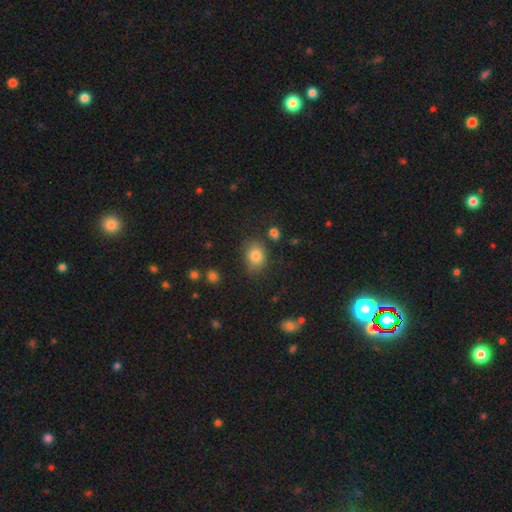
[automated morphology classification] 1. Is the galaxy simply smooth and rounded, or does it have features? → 83% smooth, 10% star or artifact, 8% featured or disk.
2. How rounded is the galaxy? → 64% in between, 35% round, 1% cigar-shaped.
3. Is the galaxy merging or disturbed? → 73% none, 18% minor disturbance, 5% major disturbance, 4% merger.